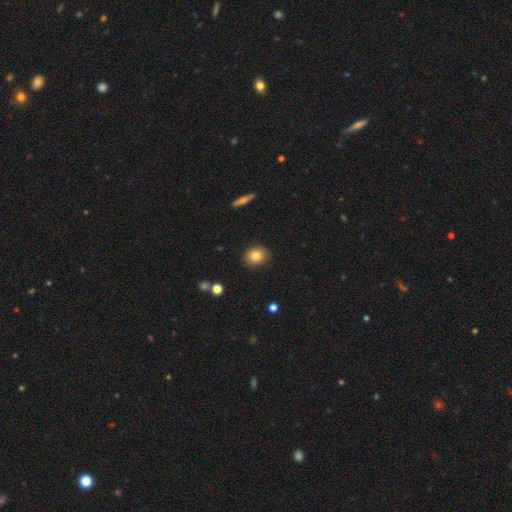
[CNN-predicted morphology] type=smooth (82%); roundness=round (62%); merging=none (89%).